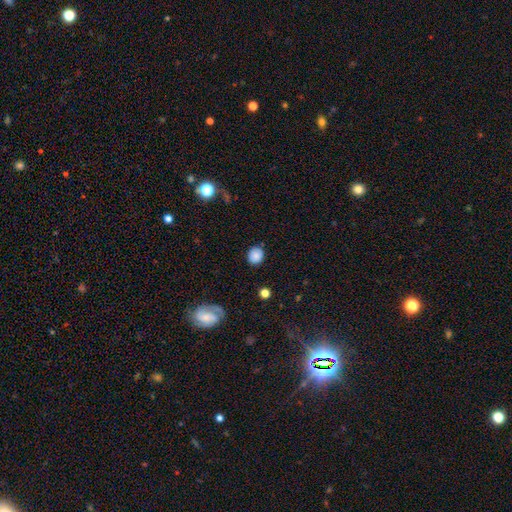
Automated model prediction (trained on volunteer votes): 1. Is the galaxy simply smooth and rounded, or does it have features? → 83% smooth, 10% star or artifact, 8% featured or disk.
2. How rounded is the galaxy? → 81% round, 18% in between, 1% cigar-shaped.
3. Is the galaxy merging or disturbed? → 84% none, 11% minor disturbance, 3% major disturbance, 2% merger.